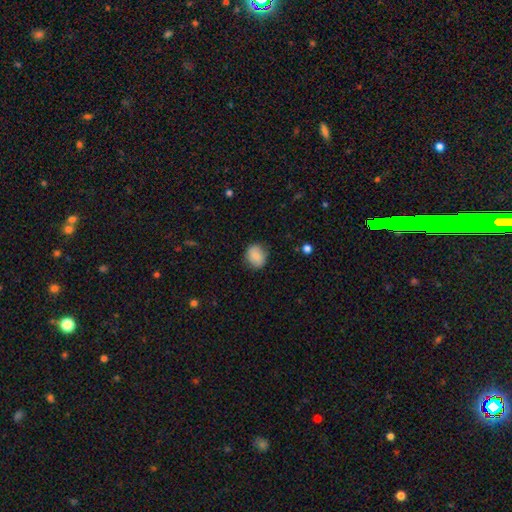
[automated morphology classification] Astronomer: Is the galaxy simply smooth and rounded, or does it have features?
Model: smooth — 85%.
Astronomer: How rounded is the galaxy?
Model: round — 65%.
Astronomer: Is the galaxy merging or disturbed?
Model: none — 82%.